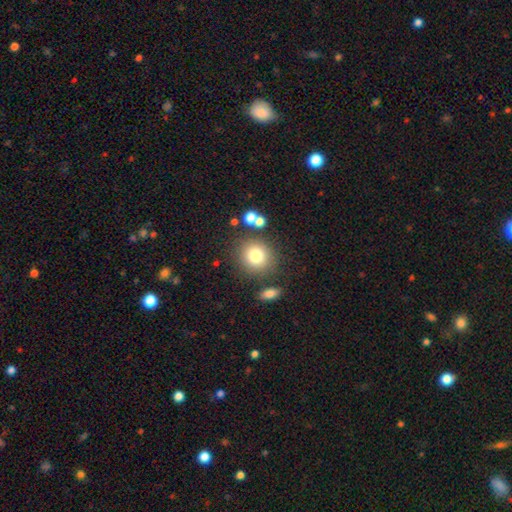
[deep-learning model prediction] smooth_or_featured: smooth (p=0.78) [alt: star or artifact p=0.12]
how_rounded: round (p=0.85) [alt: in between p=0.14]
merging: none (p=0.77) [alt: minor disturbance p=0.10]